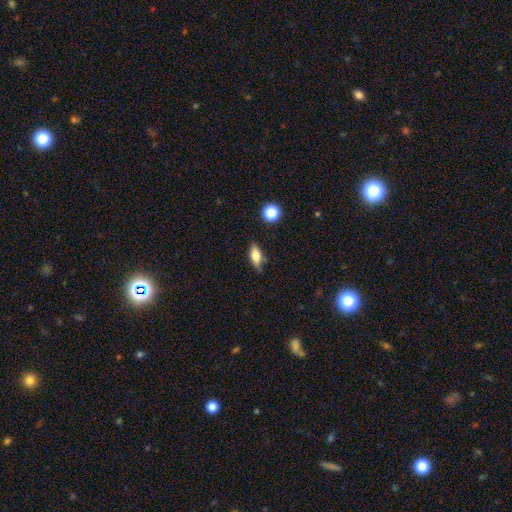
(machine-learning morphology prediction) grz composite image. It shows a smooth galaxy with no disk features (64%) that is in between round and cigar-shaped (74%). Merging: none (78%).